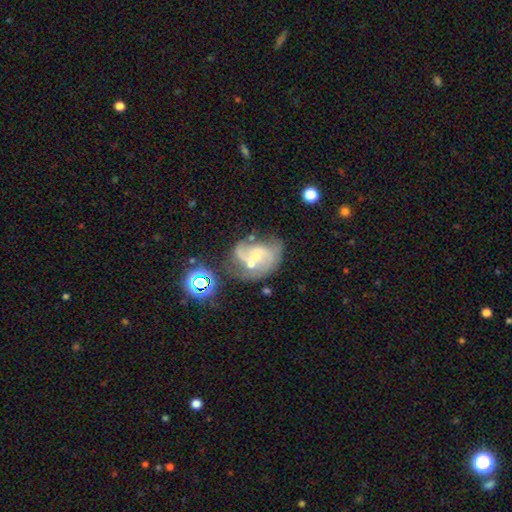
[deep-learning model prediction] This is likely a featured or disk galaxy (73%). It is clearly not viewed edge-on (98%). Bar: likely no (62%). Spiral arm pattern: clearly yes (86%). Spiral arm count: likely 2 (65%). Spiral winding: possibly medium (47%). Central bulge: possibly small (52%). Merging: marginally none (34%).